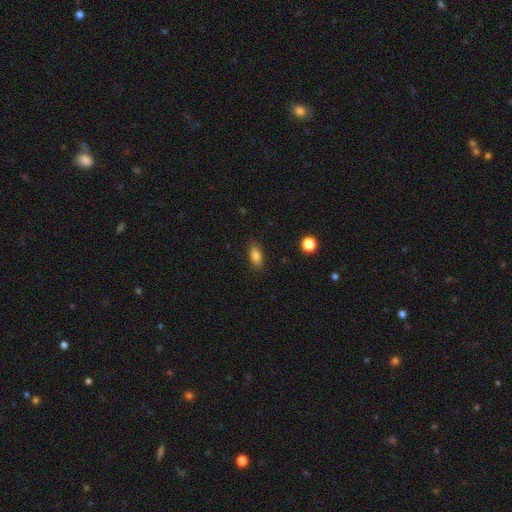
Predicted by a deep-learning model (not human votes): This appears to be a smooth galaxy with no disk features (82%) that is in between round and cigar-shaped (83%). Merging: none (85%).